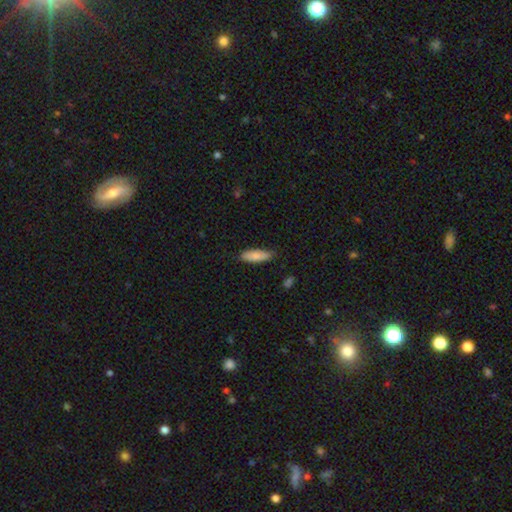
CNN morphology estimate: The model was most divided on "how rounded": in between: 55%, cigar-shaped: 43%, round: 2%. More confident: smooth or featured — smooth (83%); merging — none (81%).